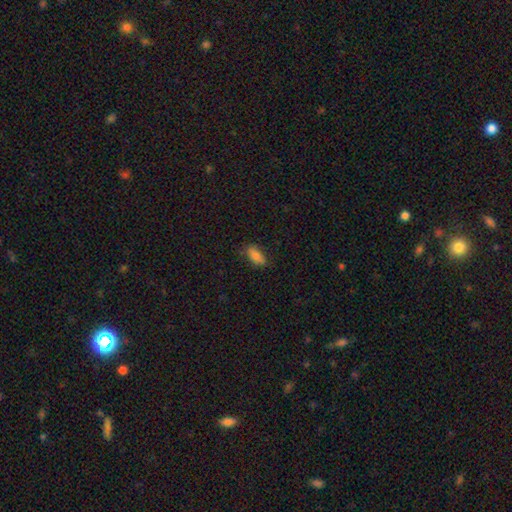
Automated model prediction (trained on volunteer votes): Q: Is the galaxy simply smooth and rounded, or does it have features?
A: smooth — 80%.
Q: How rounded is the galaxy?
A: in between — 88%.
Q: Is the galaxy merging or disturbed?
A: none — 77%.